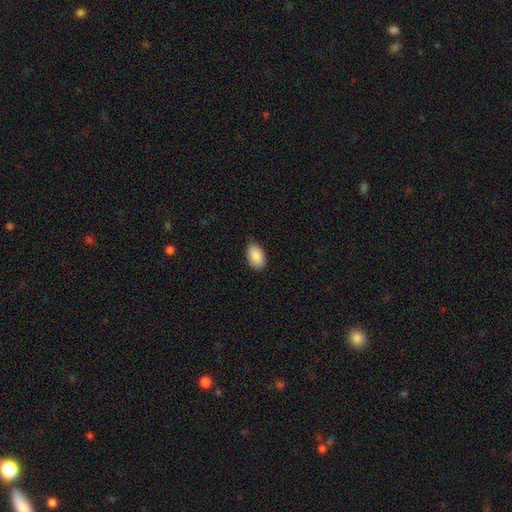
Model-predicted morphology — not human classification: A smooth galaxy with no disk features (90%) that is in between round and cigar-shaped (91%). Merging: none (74%).